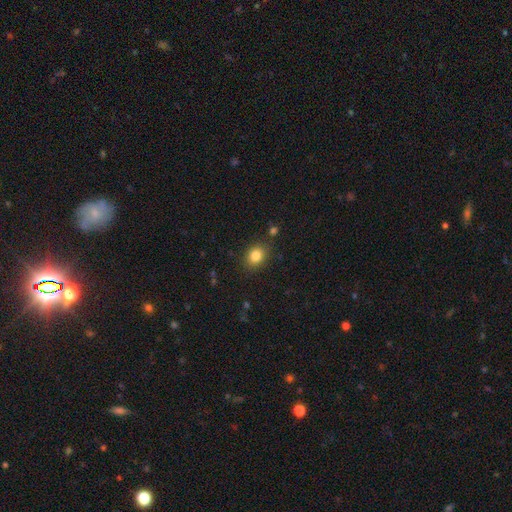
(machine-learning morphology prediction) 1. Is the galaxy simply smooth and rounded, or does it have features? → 84% smooth, 10% star or artifact, 6% featured or disk.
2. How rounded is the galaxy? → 50% round (tied), 50% in between (tied), 1% cigar-shaped.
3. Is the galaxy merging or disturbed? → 84% none, 11% minor disturbance, 3% major disturbance, 3% merger.